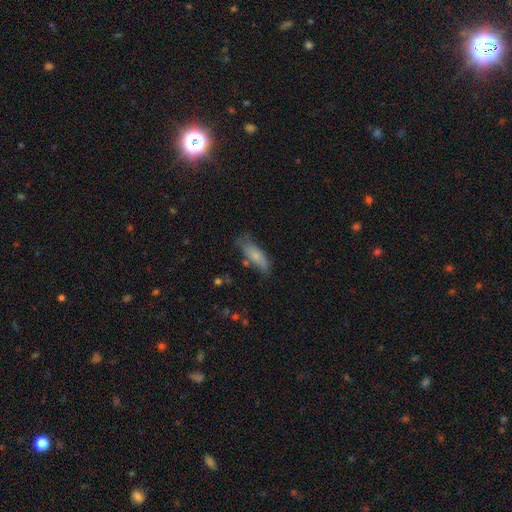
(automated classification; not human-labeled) Smooth or featured? smooth (70%)
How rounded? in between (59%)
Merging? none (58%)